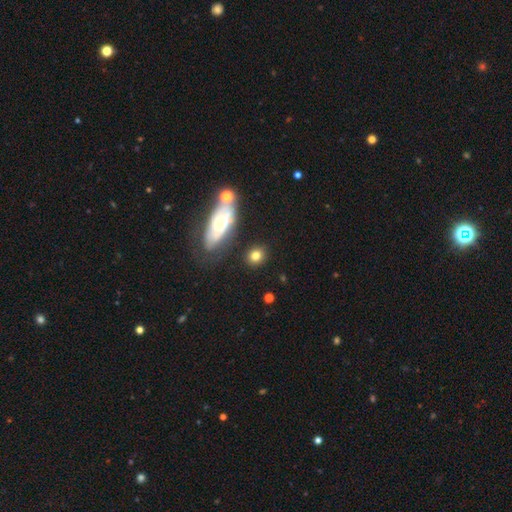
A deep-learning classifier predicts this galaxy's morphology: This is likely a smooth galaxy (74%). How rounded: likely round (74%). Merging: likely none (78%).